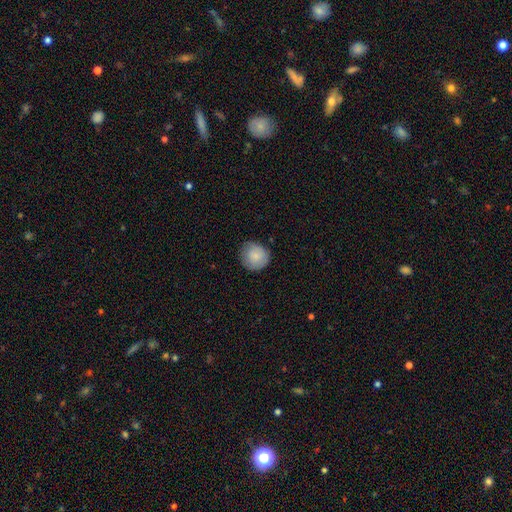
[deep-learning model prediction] A smooth galaxy with no disk features (84%) that is round (90%). Merging: none (78%).